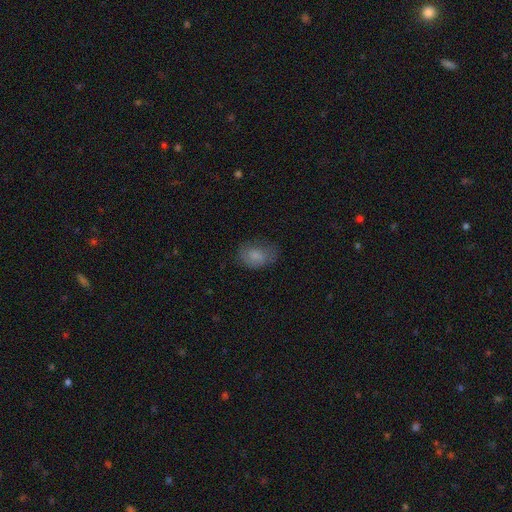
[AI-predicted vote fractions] Smooth or featured?
  - smooth: 74% *
  - featured or disk: 17%
  - star or artifact: 9%
How rounded?
  - in between: 79% *
  - round: 20%
  - cigar-shaped: 1%
Merging?
  - none: 55% *
  - minor disturbance: 29%
  - major disturbance: 14%
  - merger: 2%